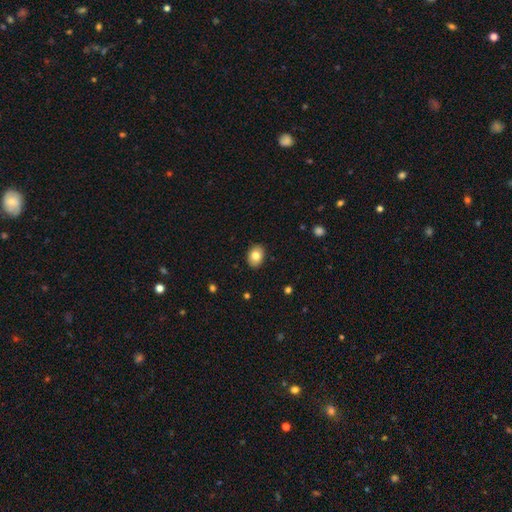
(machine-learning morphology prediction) This appears to be a smooth galaxy with no disk features (81%) that is in between round and cigar-shaped (70%). Merging: none (89%).